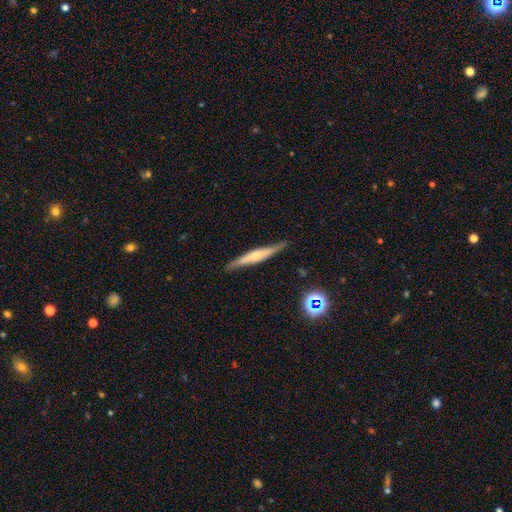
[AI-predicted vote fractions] A featured or disk galaxy (60%) viewed edge-on (94%) with a rounded central bulge (60%).

Vote fractions:
- Smooth or featured? featured or disk: 60% / smooth: 33% / star or artifact: 7%
- Edge-on disk? yes: 94% / no: 6%
- Edge-on bulge? rounded: 60% / none: 23% / boxy: 17%
- Merging? none: 86% / minor disturbance: 10% / major disturbance: 2% / merger: 1%